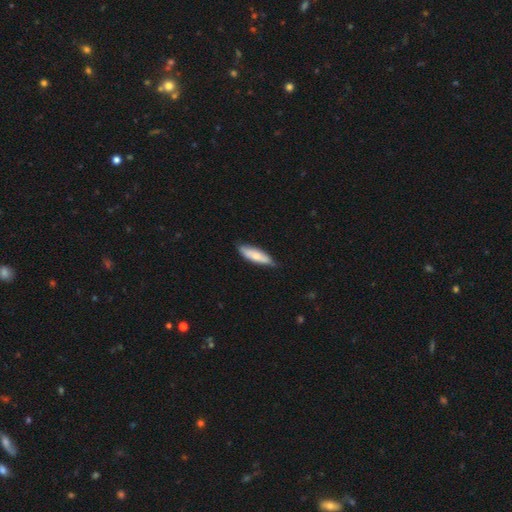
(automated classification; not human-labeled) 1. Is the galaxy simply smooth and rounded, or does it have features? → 70% smooth, 24% featured or disk, 5% star or artifact.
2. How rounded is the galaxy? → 54% cigar-shaped, 44% in between, 2% round.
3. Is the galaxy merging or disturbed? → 80% none, 17% minor disturbance, 2% major disturbance, 1% merger.